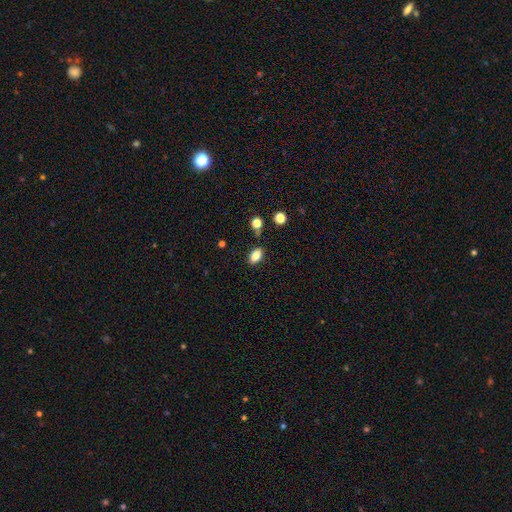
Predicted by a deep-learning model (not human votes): Smooth or featured?
  - smooth: 83% *
  - star or artifact: 10%
  - featured or disk: 7%
How rounded?
  - in between: 88% *
  - round: 8%
  - cigar-shaped: 5%
Merging?
  - none: 78% *
  - minor disturbance: 14%
  - merger: 4%
  - major disturbance: 3%